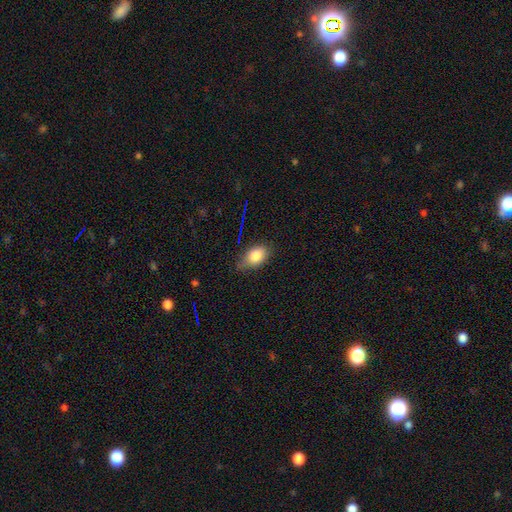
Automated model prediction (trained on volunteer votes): Smooth or featured?
  - smooth: 82% *
  - featured or disk: 10%
  - star or artifact: 9%
How rounded?
  - in between: 87% *
  - round: 10%
  - cigar-shaped: 3%
Merging?
  - none: 66% *
  - minor disturbance: 27%
  - major disturbance: 5%
  - merger: 2%